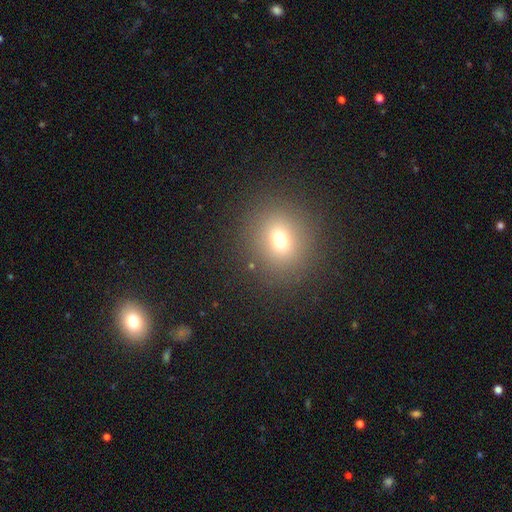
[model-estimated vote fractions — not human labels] A smooth galaxy with no disk features (66%) that is round (80%). Merging: none (89%).